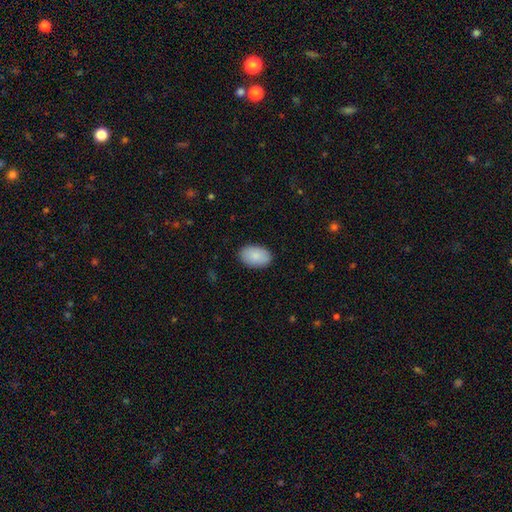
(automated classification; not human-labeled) Smooth or featured: smooth — 89% (star or artifact — 6%)
How rounded: in between — 91% (round — 7%)
Merging: none — 88% (minor disturbance — 9%)